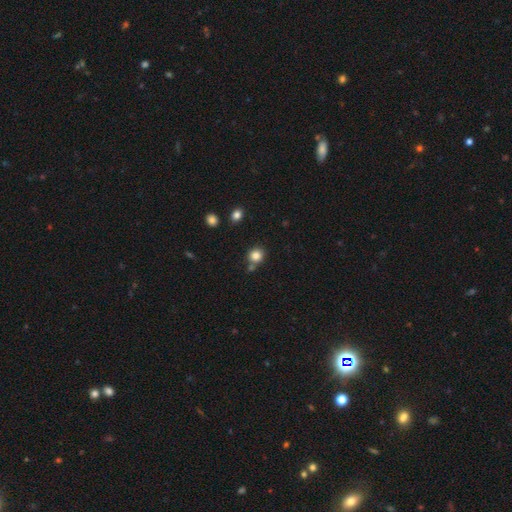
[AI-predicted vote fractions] smooth 83%, star or artifact 11%, featured or disk 5%. Down the decision tree: how rounded — round (86%); merging — none (71%).